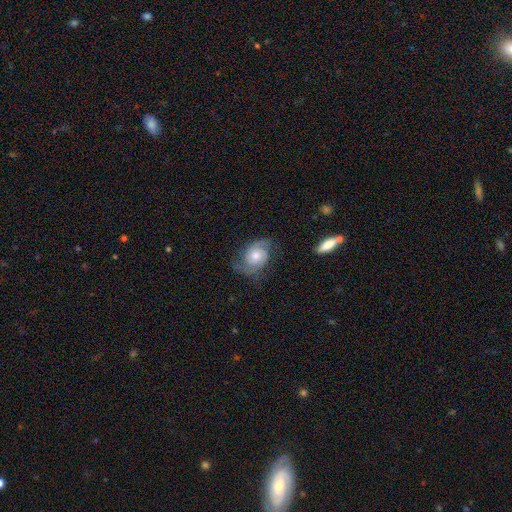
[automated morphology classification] smooth_or_featured: featured or disk (p=0.80) [alt: smooth p=0.14]
disk_edge_on: no (p=0.97) [alt: yes p=0.03]
bar: no (p=0.73) [alt: weak p=0.23]
has_spiral_arms: yes (p=0.95) [alt: no p=0.05]
spiral_winding: medium (p=0.43) [alt: tight p=0.42]
spiral_arm_count: 2 (p=0.89) [alt: can't tell p=0.05]
bulge_size: moderate (p=0.63) [alt: small p=0.24]
merging: none (p=0.72) [alt: minor disturbance p=0.18]